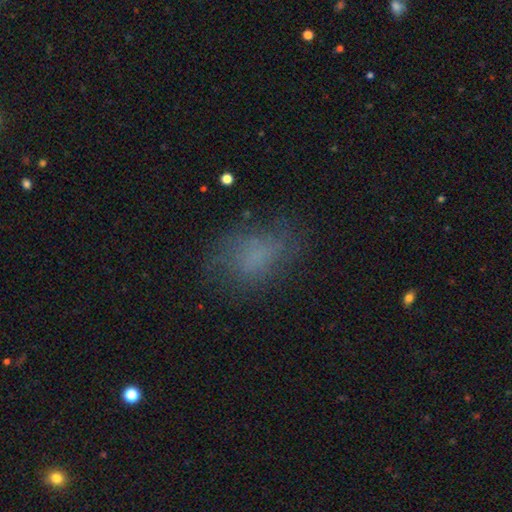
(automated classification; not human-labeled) Smooth or featured? Predicted: smooth (p=0.65). How rounded? Predicted: in between (p=0.77). Merging? Predicted: none (p=0.64).